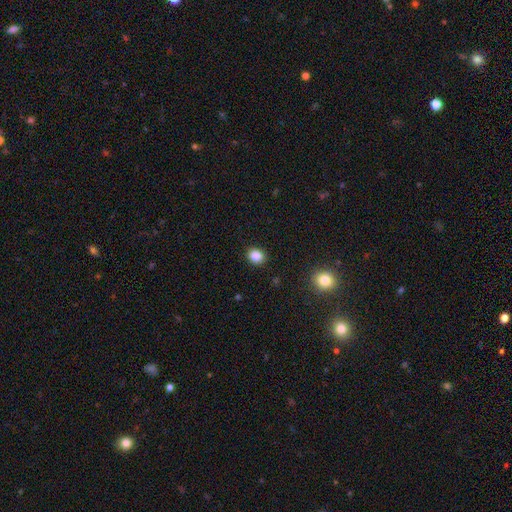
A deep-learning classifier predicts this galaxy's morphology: This appears to be a smooth galaxy with no disk features (86%) that is round (64%). Merging: none (90%).